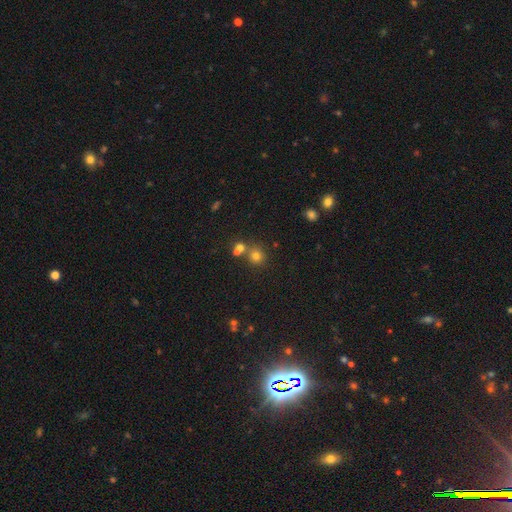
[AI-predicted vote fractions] Smooth or featured: star or artifact — 62% (smooth — 28%)